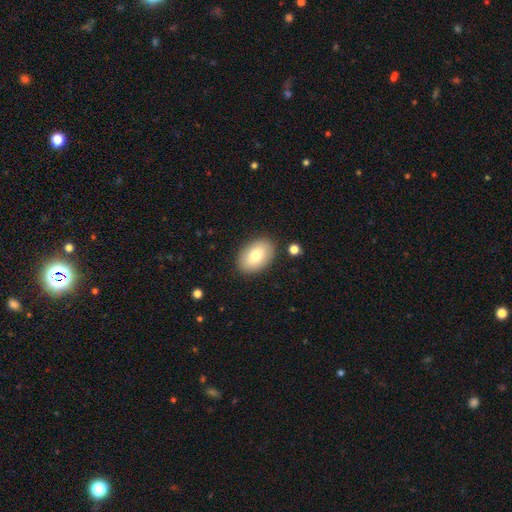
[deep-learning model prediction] Q: Smooth or featured?
A: smooth (77%); runner-up: featured or disk (17%)
Q: How rounded?
A: in between (90%); runner-up: round (9%)
Q: Merging?
A: none (87%); runner-up: minor disturbance (9%)